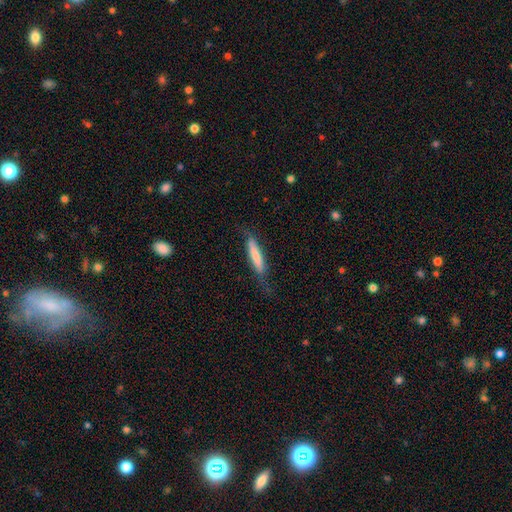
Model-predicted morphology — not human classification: smooth-or-featured: smooth: 68% | featured or disk: 27% | star or artifact: 5%
  how-rounded: cigar-shaped: 88% | in between: 11% | round: 1%
  merging: none: 72% | minor disturbance: 20% | major disturbance: 7% | merger: 1%